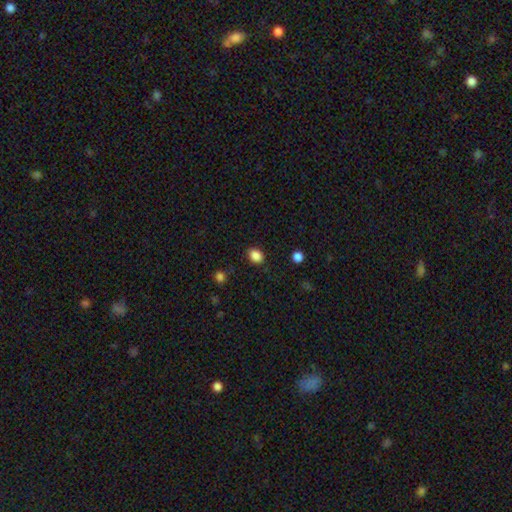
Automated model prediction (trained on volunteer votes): Smooth or featured? Predicted: smooth (p=0.87). How rounded? Predicted: in between (p=0.60). Merging? Predicted: none (p=0.86).